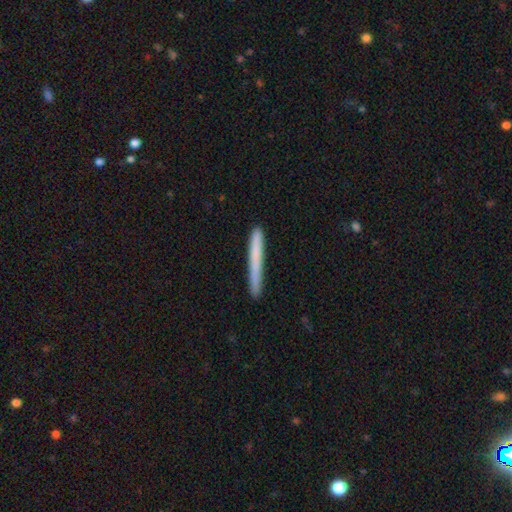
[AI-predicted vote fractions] smooth 70%, featured or disk 23%, star or artifact 6%. Down the decision tree: how rounded — cigar-shaped (97%); merging — none (88%).